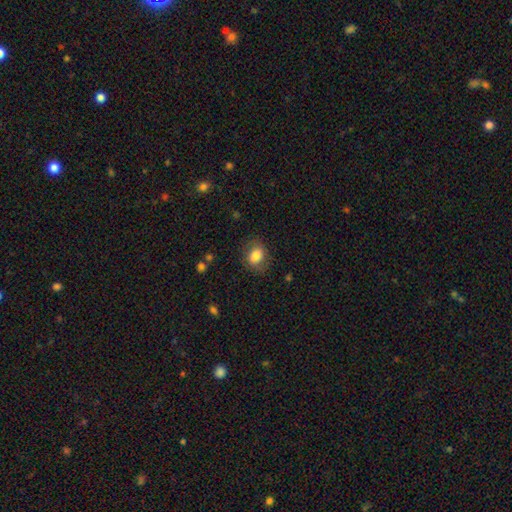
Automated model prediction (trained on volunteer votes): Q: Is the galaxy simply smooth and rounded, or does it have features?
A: smooth — 81%.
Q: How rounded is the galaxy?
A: in between — 58%.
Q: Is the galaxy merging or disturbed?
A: none — 79%.